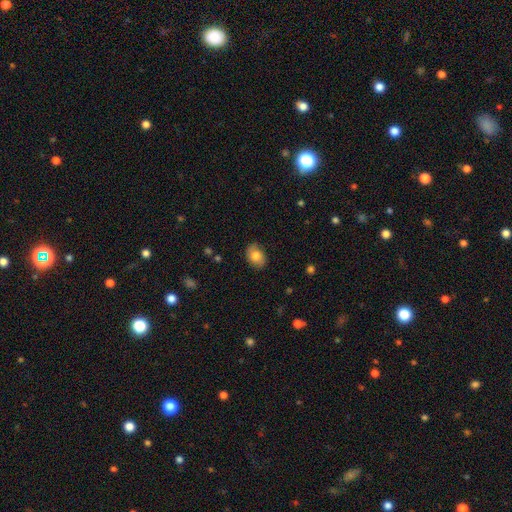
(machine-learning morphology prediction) Overall: smooth (77%). How rounded: in between (77%). Merging: none (81%).